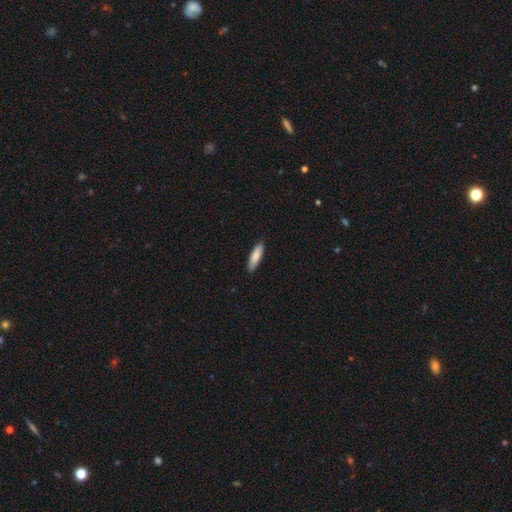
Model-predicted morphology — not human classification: Smooth or featured? Predicted: smooth (p=0.85). How rounded? Predicted: cigar-shaped (p=0.66). Merging? Predicted: none (p=0.88).